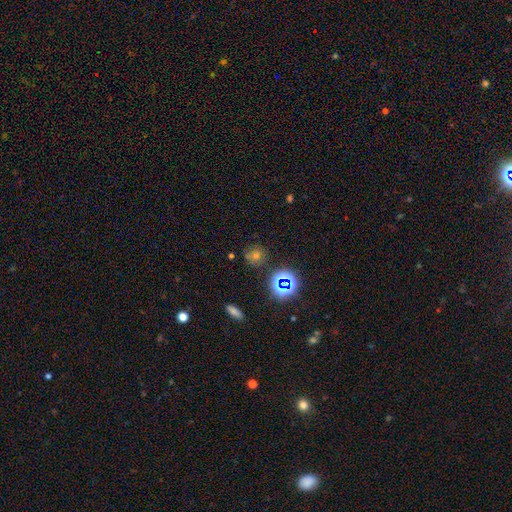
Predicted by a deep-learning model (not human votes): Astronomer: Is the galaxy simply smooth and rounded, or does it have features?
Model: star or artifact — 49% (runner-up: smooth, 40%).